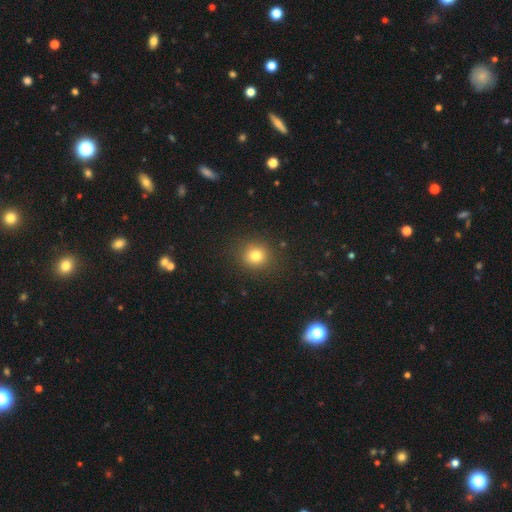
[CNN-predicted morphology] smooth 80%, star or artifact 14%, featured or disk 6%. Down the decision tree: how rounded — round (87%); merging — none (89%).